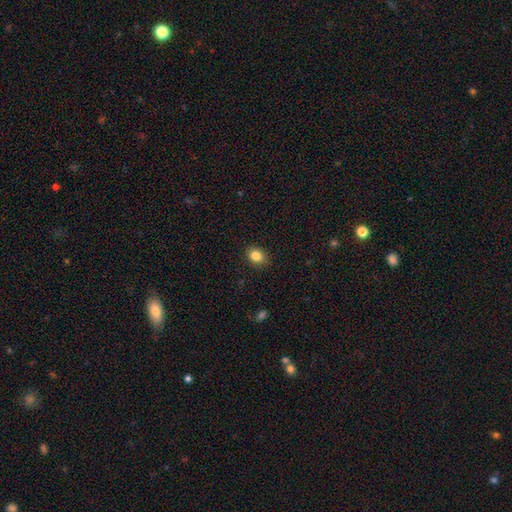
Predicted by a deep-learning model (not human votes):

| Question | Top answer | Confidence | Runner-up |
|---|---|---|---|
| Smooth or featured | smooth | 85% | star or artifact (10%) |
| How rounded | in between | 62% | round (37%) |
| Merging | none | 87% | minor disturbance (9%) |